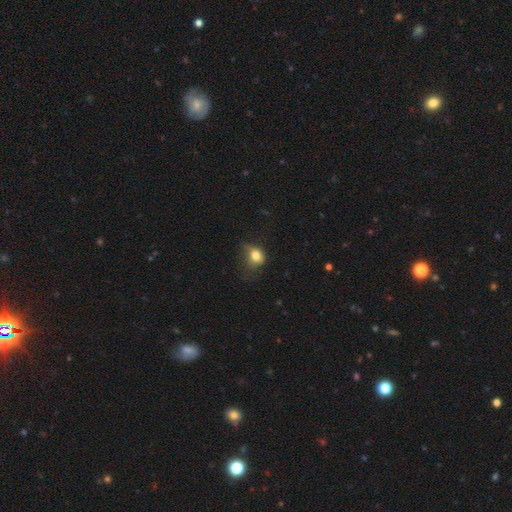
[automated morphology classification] Smooth or featured? smooth (78%)
How rounded? round (58%)
Merging? none (38%)